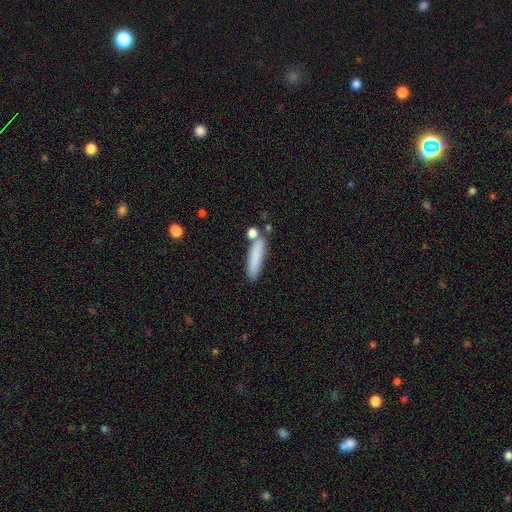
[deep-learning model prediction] Smooth or featured? smooth (80%)
How rounded? cigar-shaped (80%)
Merging? none (70%)